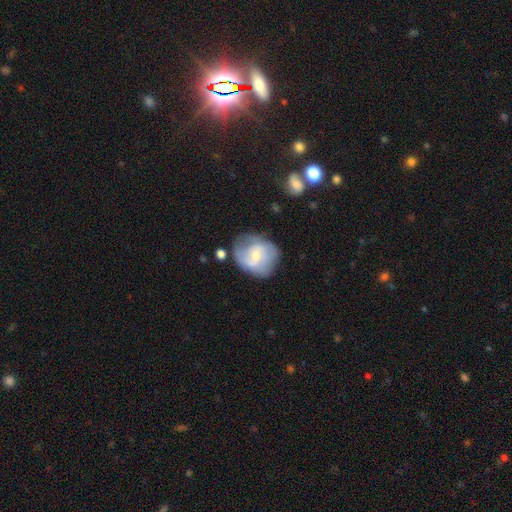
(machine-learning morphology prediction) smooth_or_featured: featured or disk (p=0.60) [alt: smooth p=0.33]
disk_edge_on: no (p=0.97) [alt: yes p=0.03]
bar: no (p=0.48) [alt: weak p=0.43]
has_spiral_arms: yes (p=0.76) [alt: no p=0.24]
bulge_size: moderate (p=0.50) [alt: small p=0.46]
merging: none (p=0.56) [alt: minor disturbance p=0.27]